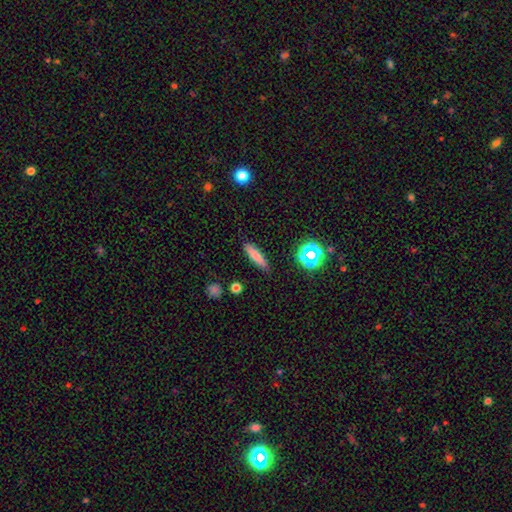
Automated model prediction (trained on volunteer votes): Smooth or featured?
  - smooth: 76% *
  - featured or disk: 13%
  - star or artifact: 11%
How rounded?
  - cigar-shaped: 77% *
  - in between: 20%
  - round: 3%
Merging?
  - none: 85% *
  - minor disturbance: 11%
  - major disturbance: 3%
  - merger: 2%